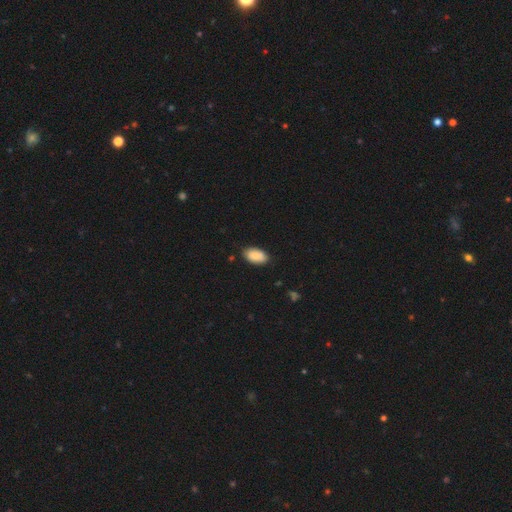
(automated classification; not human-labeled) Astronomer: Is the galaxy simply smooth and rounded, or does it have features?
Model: smooth — 88%.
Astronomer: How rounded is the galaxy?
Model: in between — 94%.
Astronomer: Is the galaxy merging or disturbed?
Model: none — 81%.